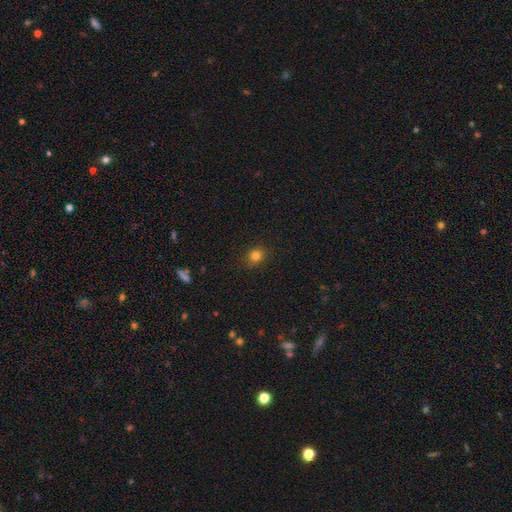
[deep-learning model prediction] The model was most divided on "how rounded": round: 70%, in between: 29%, cigar-shaped: 1%. More confident: merging — none (86%); smooth or featured — smooth (81%).